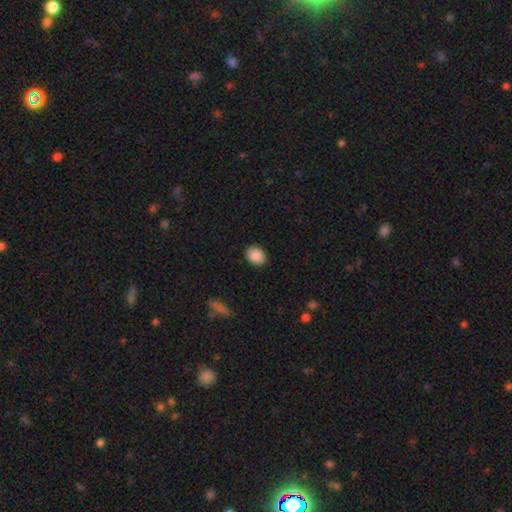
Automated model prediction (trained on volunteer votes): Overall: smooth (88%). How rounded: in between (55%; round 44%). Merging: none (88%).